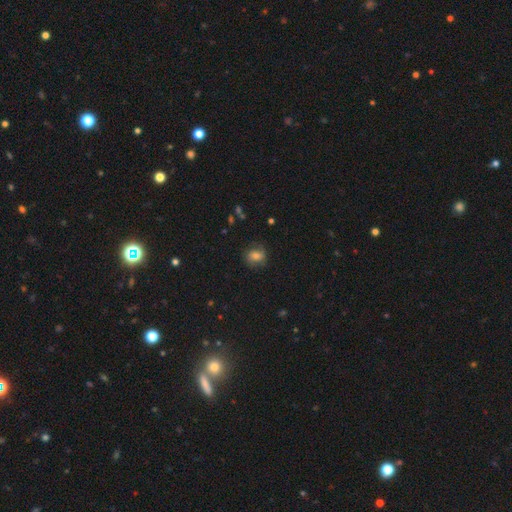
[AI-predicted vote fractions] A smooth galaxy with no disk features (65%) that is round (68%). Merging: none (75%).